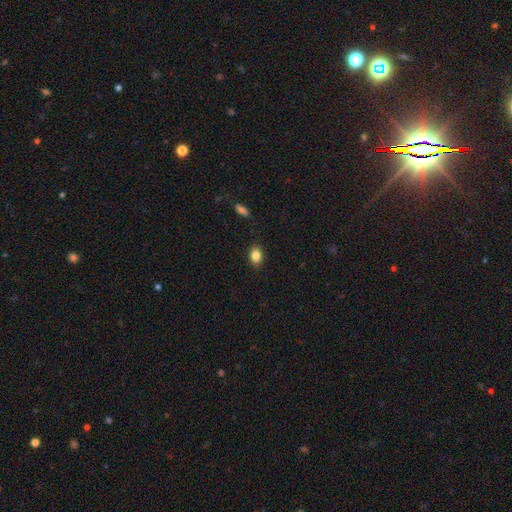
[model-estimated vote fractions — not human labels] Q: Smooth or featured?
A: smooth (85%); runner-up: star or artifact (9%)
Q: How rounded?
A: in between (73%); runner-up: round (26%)
Q: Merging?
A: none (87%); runner-up: minor disturbance (9%)